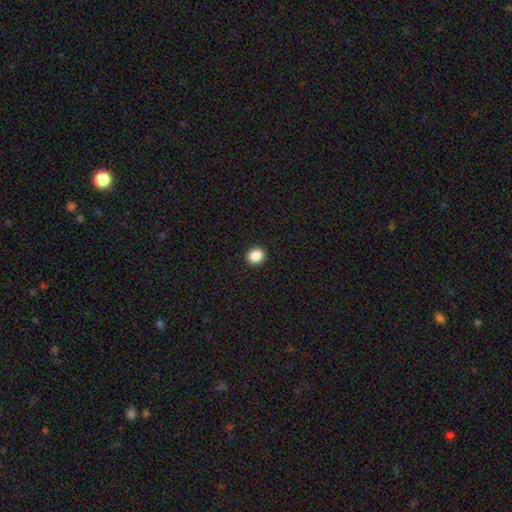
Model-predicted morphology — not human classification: This appears to be a smooth galaxy with no disk features (88%) that is round (70%). Merging: none (93%).